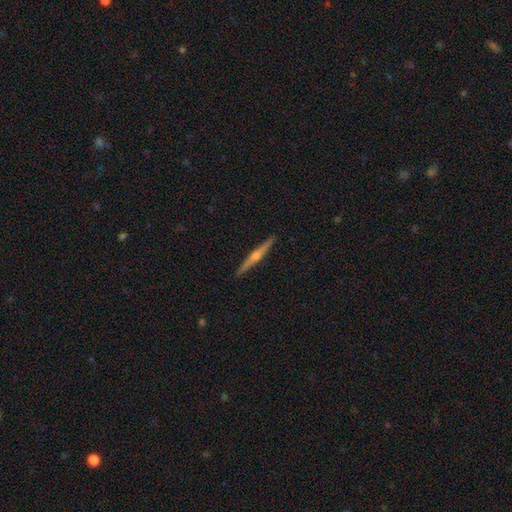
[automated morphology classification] featured or disk 77%, smooth 17%, star or artifact 6%. Down the decision tree: edge-on disk — yes (98%); edge-on bulge — rounded (85%); merging — none (92%).